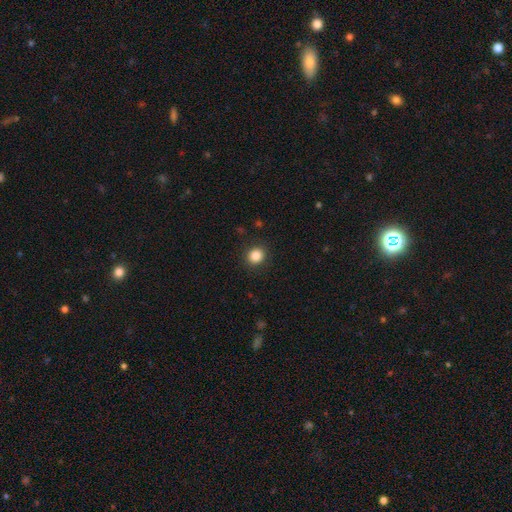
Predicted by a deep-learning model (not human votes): A smooth galaxy with no disk features (85%) that is round (85%). Merging: none (90%).